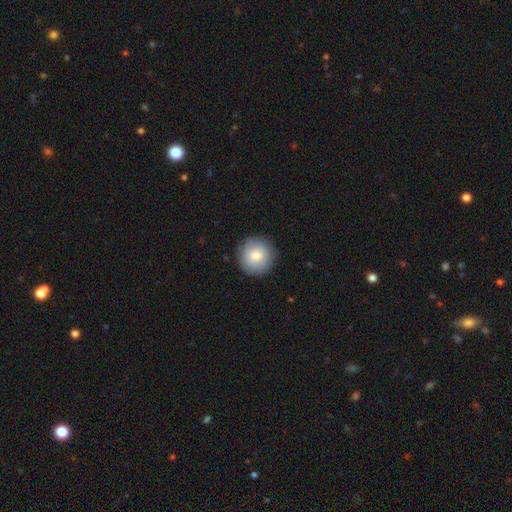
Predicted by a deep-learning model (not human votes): The model was most divided on "smooth or featured": smooth: 81%, featured or disk: 11%, star or artifact: 7%. More confident: how rounded — round (95%); merging — none (89%).